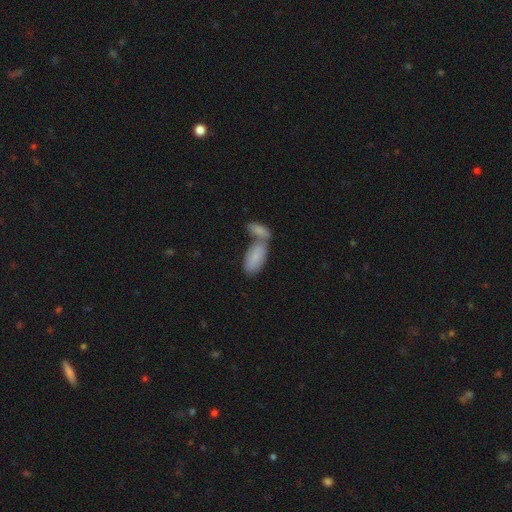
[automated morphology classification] This is likely a smooth galaxy (78%). How rounded: clearly in between (90%). Merging: possibly merger (59%).